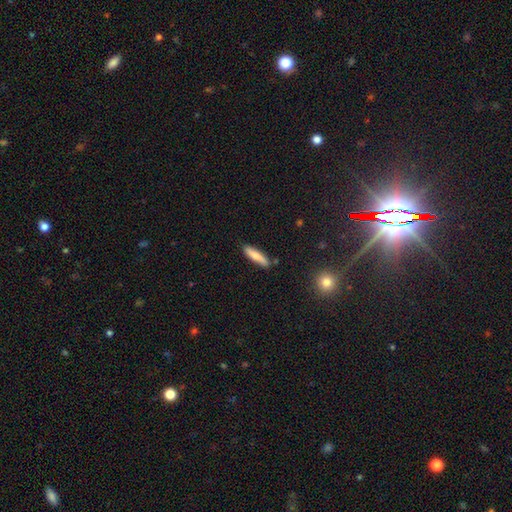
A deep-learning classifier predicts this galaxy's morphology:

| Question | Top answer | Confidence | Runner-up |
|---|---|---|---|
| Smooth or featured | smooth | 74% | featured or disk (20%) |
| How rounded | cigar-shaped | 78% | in between (20%) |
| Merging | none | 83% | minor disturbance (12%) |